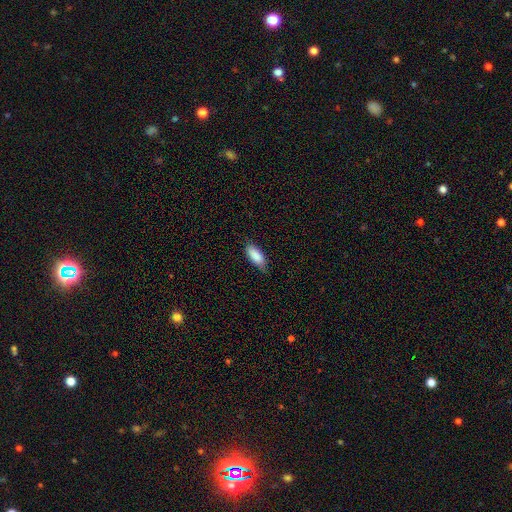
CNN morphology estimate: smooth 87%, featured or disk 7%, star or artifact 6%. Down the decision tree: how rounded — in between (83%); merging — none (69%).